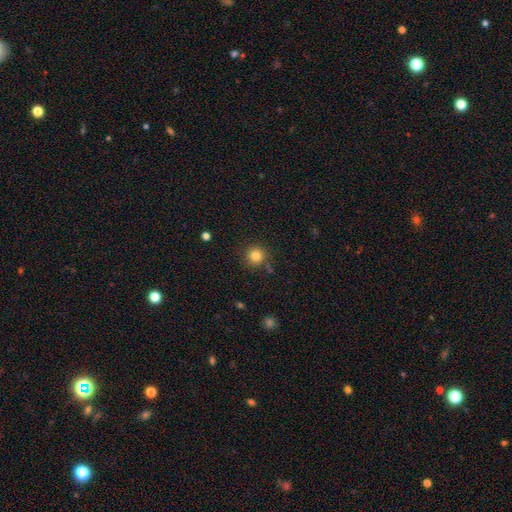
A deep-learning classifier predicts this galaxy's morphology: A smooth galaxy with no disk features (82%) that is round (94%).

Vote fractions:
- Smooth or featured? smooth: 82% / star or artifact: 12% / featured or disk: 6%
- How rounded? round: 94% / in between: 5% / cigar-shaped: 1%
- Merging? none: 85% / minor disturbance: 9% / merger: 4% / major disturbance: 3%